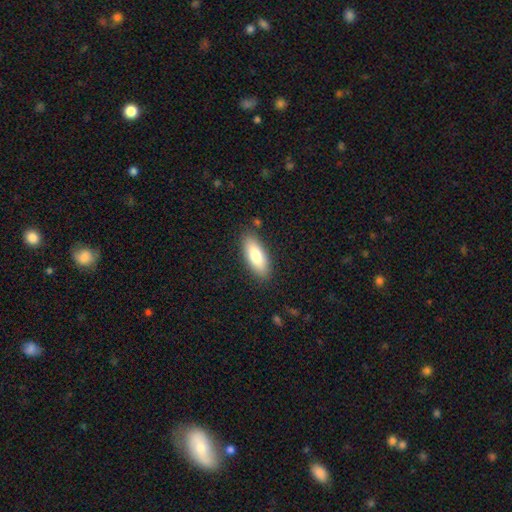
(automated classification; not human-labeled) Q: Smooth or featured?
A: smooth (79%); runner-up: featured or disk (15%)
Q: How rounded?
A: in between (71%); runner-up: cigar-shaped (27%)
Q: Merging?
A: none (86%); runner-up: minor disturbance (10%)